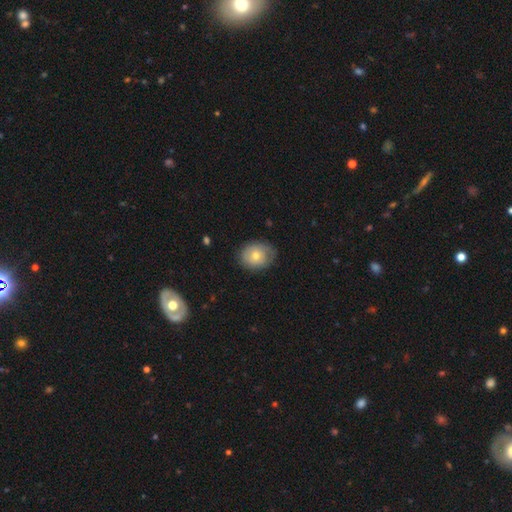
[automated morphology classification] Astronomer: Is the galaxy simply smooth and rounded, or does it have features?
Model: smooth — 67%.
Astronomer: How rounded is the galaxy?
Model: round — 54% (runner-up: in between, 45%).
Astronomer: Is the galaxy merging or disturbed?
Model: none — 74%.